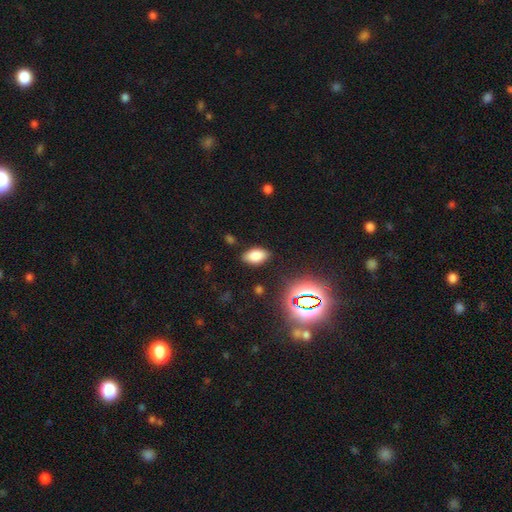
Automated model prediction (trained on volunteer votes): Smooth or featured? smooth (78%)
How rounded? in between (92%)
Merging? none (85%)